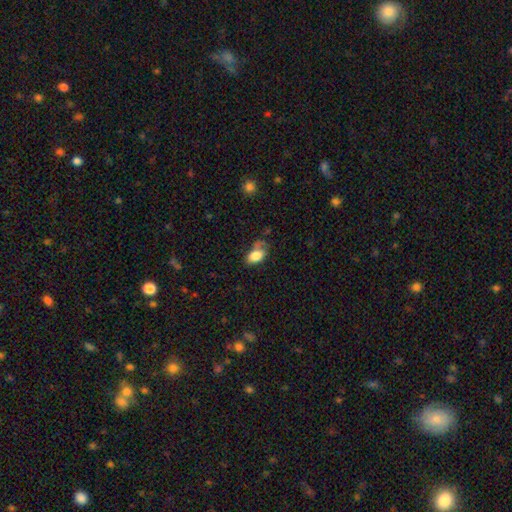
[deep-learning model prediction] Smooth or featured?
  - smooth: 81% *
  - featured or disk: 11%
  - star or artifact: 8%
How rounded?
  - in between: 91% *
  - round: 6%
  - cigar-shaped: 2%
Merging?
  - none: 42% *
  - minor disturbance: 32%
  - major disturbance: 20%
  - merger: 7%